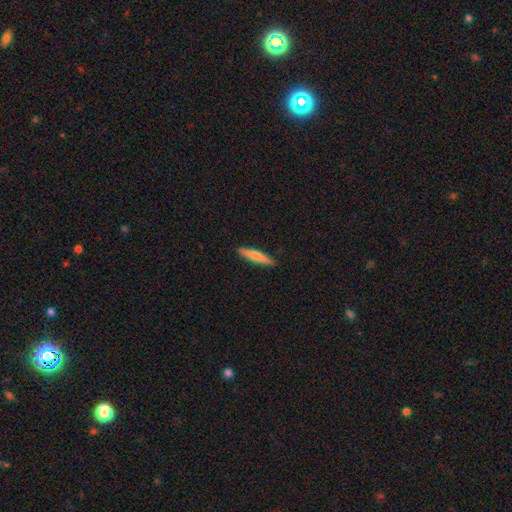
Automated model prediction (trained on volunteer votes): Smooth or featured: smooth — 75% (featured or disk — 20%)
How rounded: cigar-shaped — 90% (in between — 9%)
Merging: none — 89% (minor disturbance — 8%)